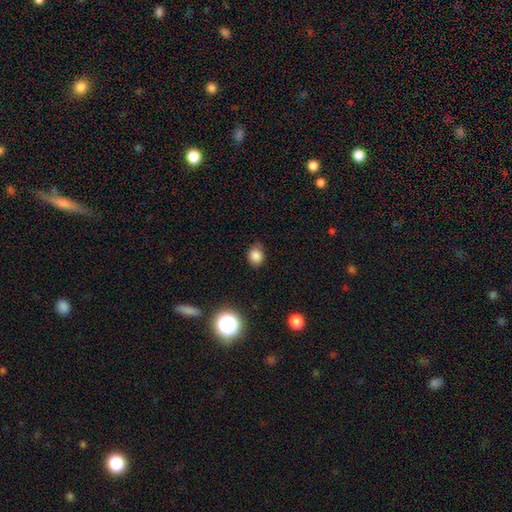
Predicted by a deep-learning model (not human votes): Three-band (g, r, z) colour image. It shows a smooth galaxy with no disk features (83%) that is round (63%). Merging: none (74%).